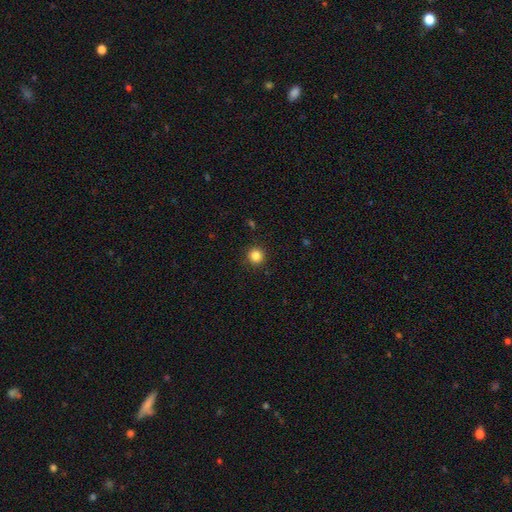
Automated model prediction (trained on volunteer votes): Q: Smooth or featured?
A: smooth (84%); runner-up: star or artifact (11%)
Q: How rounded?
A: round (95%); runner-up: in between (4%)
Q: Merging?
A: none (92%); runner-up: minor disturbance (5%)